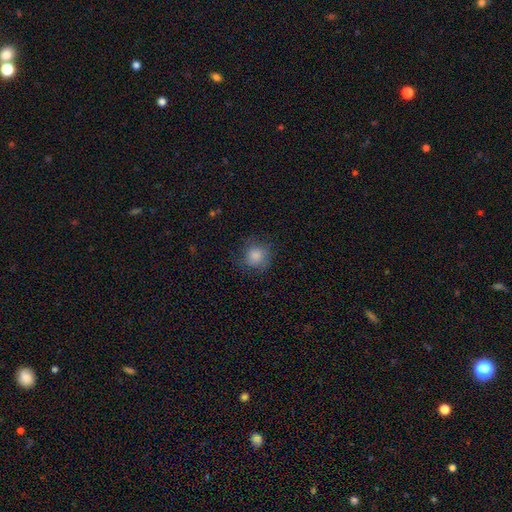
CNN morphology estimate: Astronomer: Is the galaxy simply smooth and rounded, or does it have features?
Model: smooth — 83%.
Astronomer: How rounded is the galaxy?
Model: round — 89%.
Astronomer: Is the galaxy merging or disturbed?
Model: none — 75%.